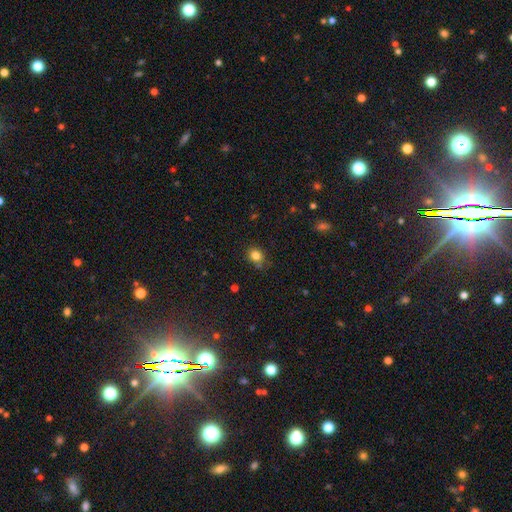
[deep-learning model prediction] Morphology: type=smooth (82%); roundness=round (63%); merging=none (73%).